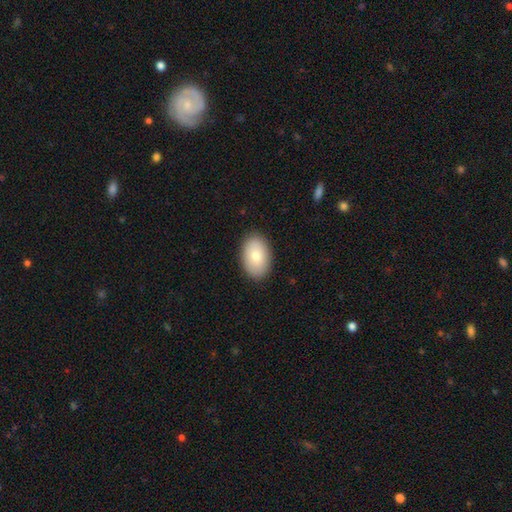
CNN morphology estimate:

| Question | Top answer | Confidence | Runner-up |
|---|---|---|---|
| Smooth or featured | smooth | 79% | featured or disk (15%) |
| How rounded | in between | 90% | round (9%) |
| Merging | none | 88% | minor disturbance (9%) |